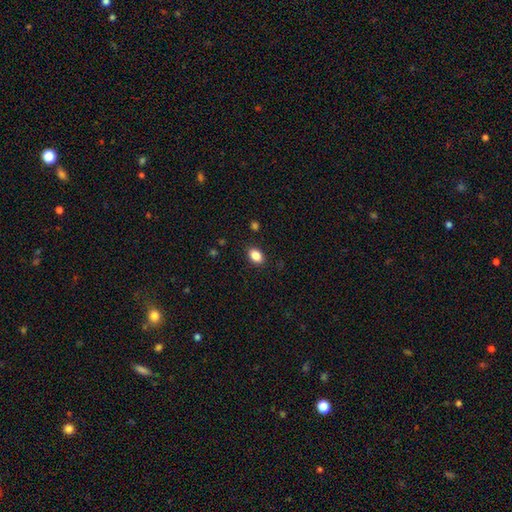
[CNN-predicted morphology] Smooth or featured?
  - smooth: 87% *
  - star or artifact: 9%
  - featured or disk: 4%
How rounded?
  - in between: 82% *
  - round: 16%
  - cigar-shaped: 1%
Merging?
  - none: 88% *
  - minor disturbance: 9%
  - major disturbance: 2%
  - merger: 1%